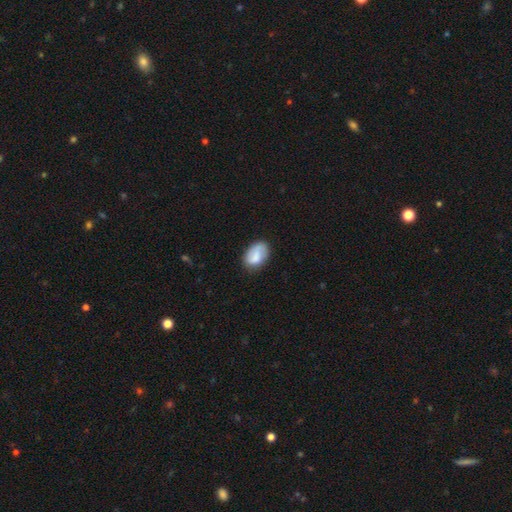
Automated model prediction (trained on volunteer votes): smooth 76%, featured or disk 17%, star or artifact 7%. Down the decision tree: how rounded — in between (87%); merging — none (67%).